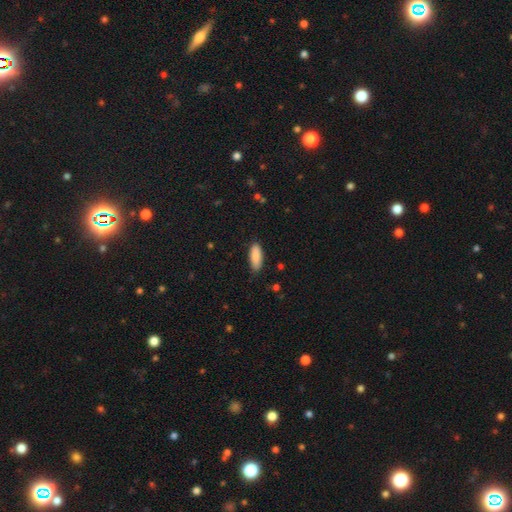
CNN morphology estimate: Smooth or featured? smooth (88%)
How rounded? in between (73%)
Merging? none (85%)